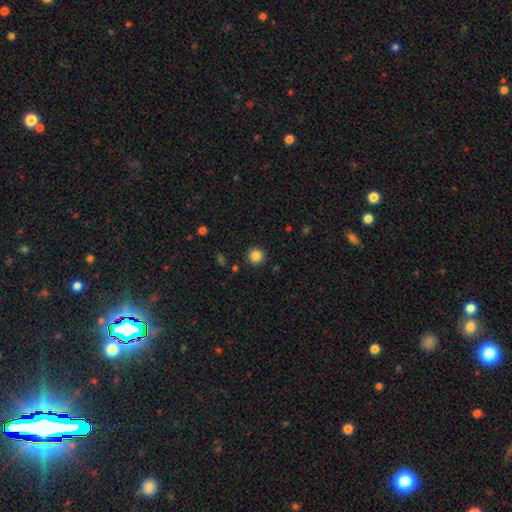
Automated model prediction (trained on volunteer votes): A smooth galaxy with no disk features (85%) that is round (95%). Merging: none (92%).